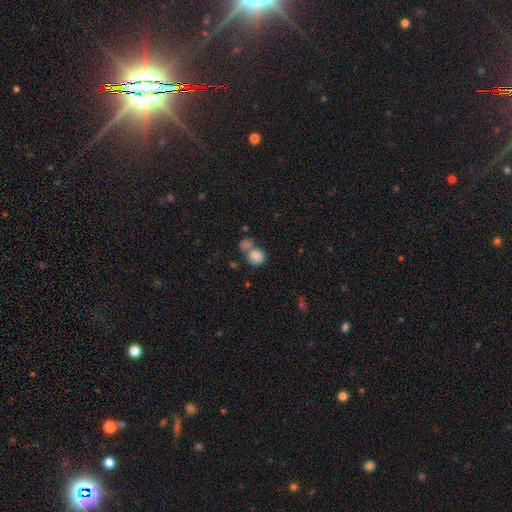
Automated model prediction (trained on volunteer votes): Smooth or featured?
  - smooth: 84% *
  - star or artifact: 9%
  - featured or disk: 7%
How rounded?
  - round: 71% *
  - in between: 28%
  - cigar-shaped: 1%
Merging?
  - merger: 44% *
  - none: 39%
  - minor disturbance: 11%
  - major disturbance: 6%